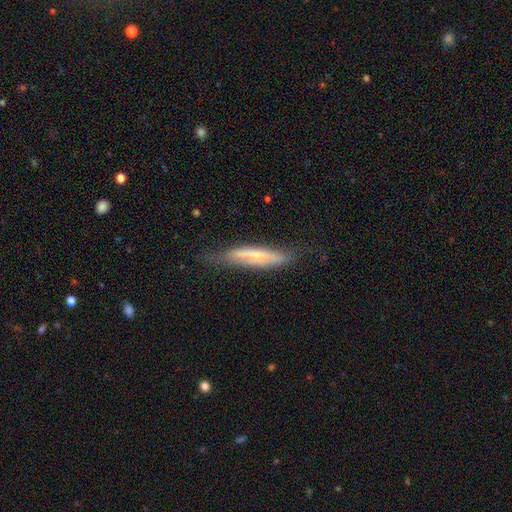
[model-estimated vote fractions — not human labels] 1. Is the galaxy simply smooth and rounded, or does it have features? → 53% featured or disk, 41% smooth, 7% star or artifact.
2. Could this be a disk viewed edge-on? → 71% yes, 29% no.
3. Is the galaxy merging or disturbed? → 63% none, 28% minor disturbance, 7% major disturbance, 2% merger.